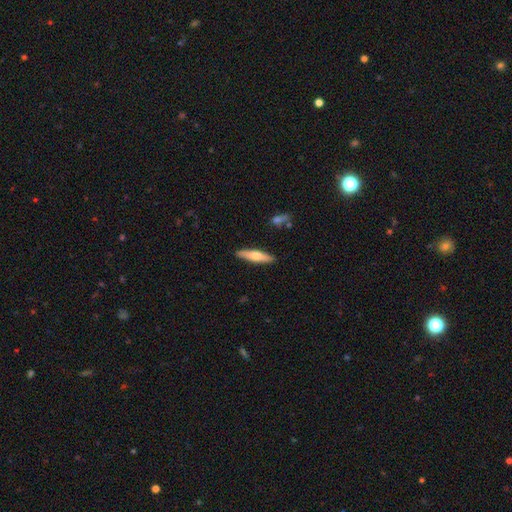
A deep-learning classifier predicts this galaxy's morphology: This appears to be a smooth galaxy with no disk features (57%) that is cigar-shaped (78%). Merging: none (88%).